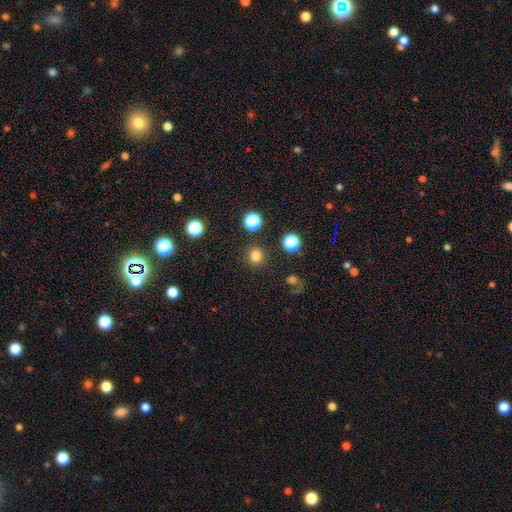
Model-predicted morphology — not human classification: This is likely a smooth galaxy (80%). How rounded: clearly round (94%). Merging: clearly none (90%).